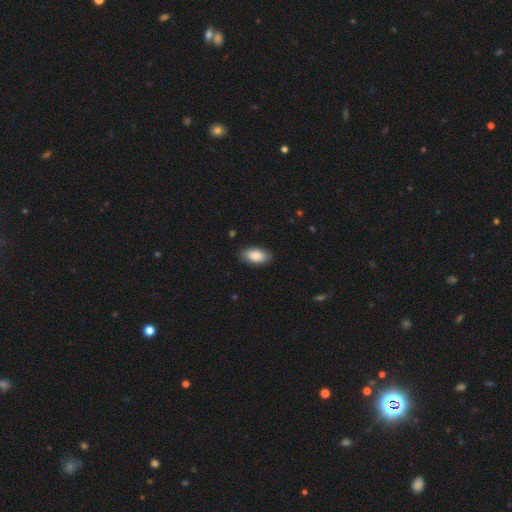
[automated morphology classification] Q: Smooth or featured?
A: smooth (87%); runner-up: featured or disk (7%)
Q: How rounded?
A: in between (94%); runner-up: cigar-shaped (4%)
Q: Merging?
A: none (88%); runner-up: minor disturbance (9%)